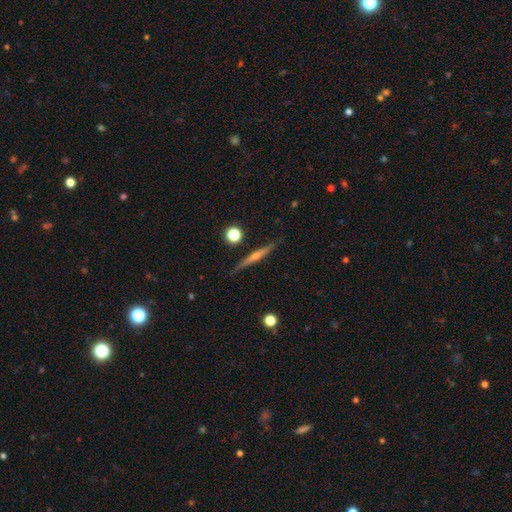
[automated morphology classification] Overall: featured or disk (73%). Edge-on disk: yes (97%). Edge-on bulge: rounded (76%). Merging: none (88%).